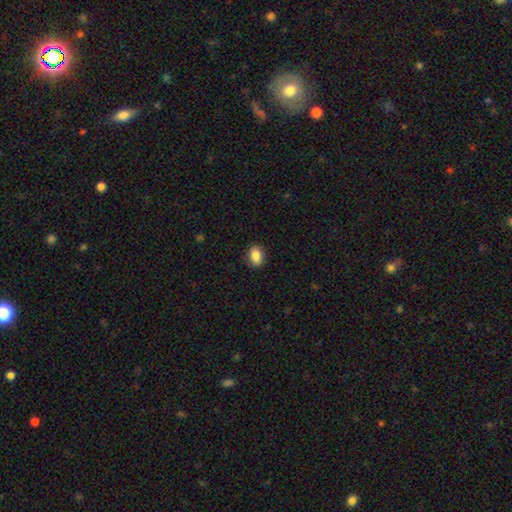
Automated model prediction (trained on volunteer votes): smooth 87%, star or artifact 8%, featured or disk 5%. Down the decision tree: how rounded — in between (83%); merging — none (89%).